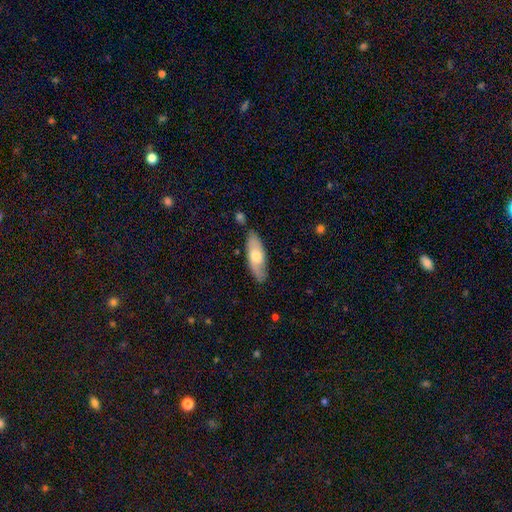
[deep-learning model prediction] The model was most divided on "smooth or featured": smooth: 55%, featured or disk: 40%, star or artifact: 5%. More confident: merging — none (80%); how rounded — in between (65%).